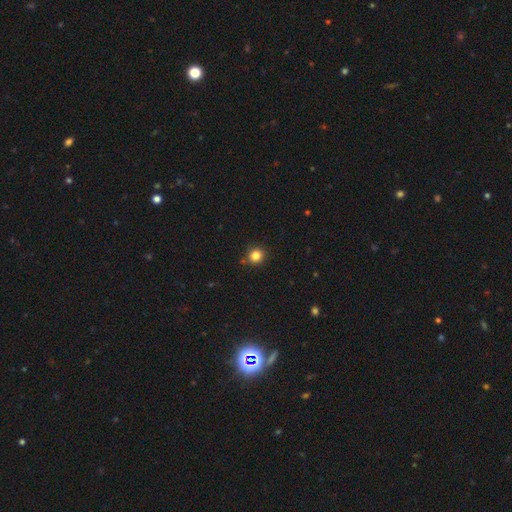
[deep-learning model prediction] This is clearly a smooth galaxy (84%). How rounded: clearly round (89%). Merging: clearly none (87%).